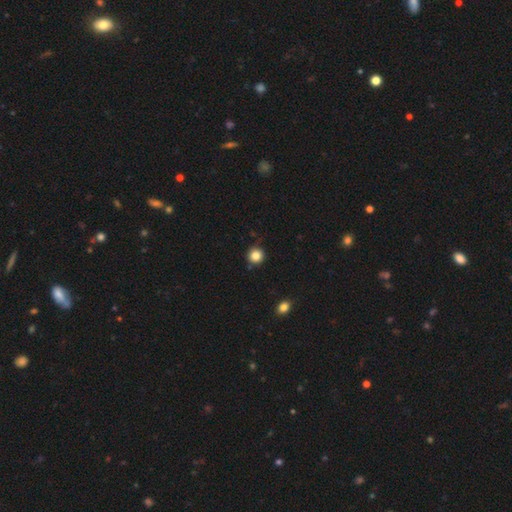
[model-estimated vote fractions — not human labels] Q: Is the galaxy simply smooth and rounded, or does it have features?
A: smooth — 84%.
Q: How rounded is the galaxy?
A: round — 94%.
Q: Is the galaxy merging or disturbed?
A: none — 88%.